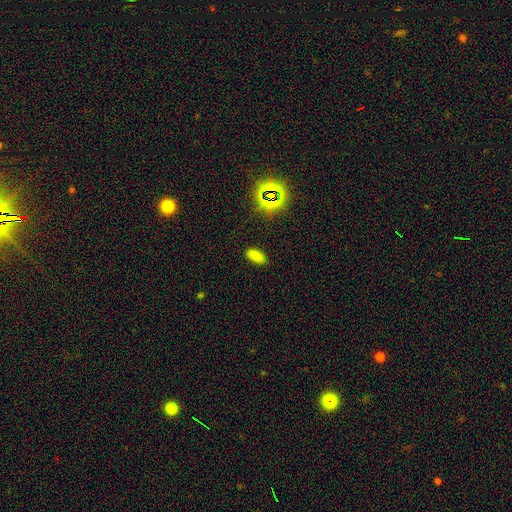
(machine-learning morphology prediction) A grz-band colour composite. It shows a smooth galaxy with no disk features (78%) that is in between round and cigar-shaped (88%). Merging: none (86%).